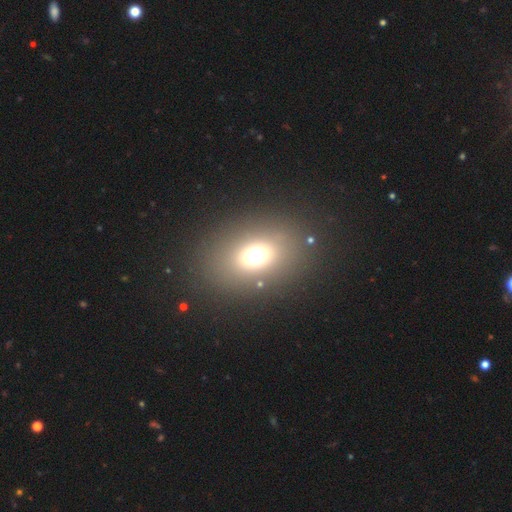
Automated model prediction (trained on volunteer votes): A smooth galaxy with no disk features (65%) that is in between round and cigar-shaped (58%).

Vote fractions:
- Smooth or featured? smooth: 65% / star or artifact: 20% / featured or disk: 15%
- How rounded? in between: 58% / round: 40% / cigar-shaped: 2%
- Merging? none: 83% / minor disturbance: 8% / major disturbance: 6% / merger: 2%